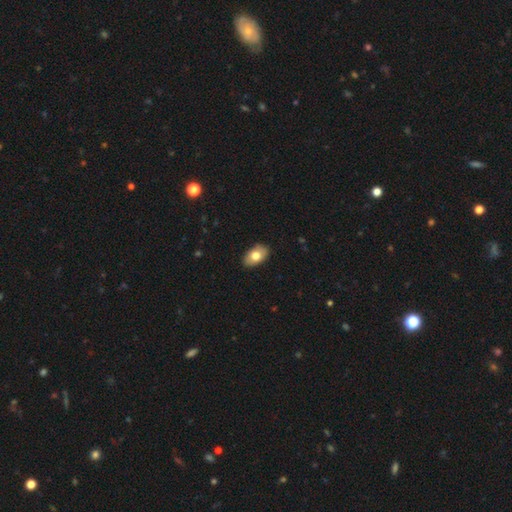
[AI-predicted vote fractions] smooth 74%, featured or disk 19%, star or artifact 7%. Down the decision tree: how rounded — in between (92%); merging — none (86%).